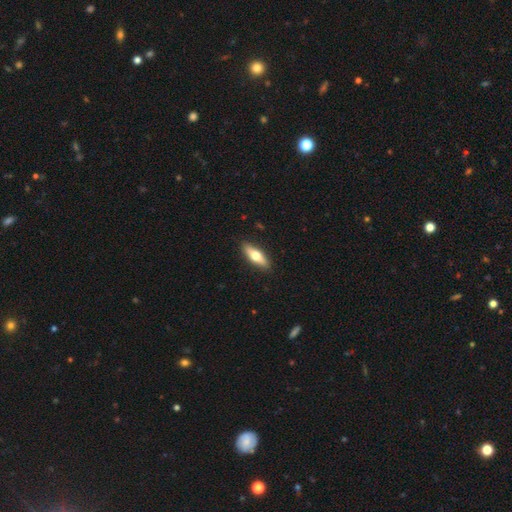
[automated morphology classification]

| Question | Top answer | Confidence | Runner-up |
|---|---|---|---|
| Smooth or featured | smooth | 58% | featured or disk (37%) |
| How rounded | in between | 52% | cigar-shaped (45%) |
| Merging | none | 89% | minor disturbance (8%) |